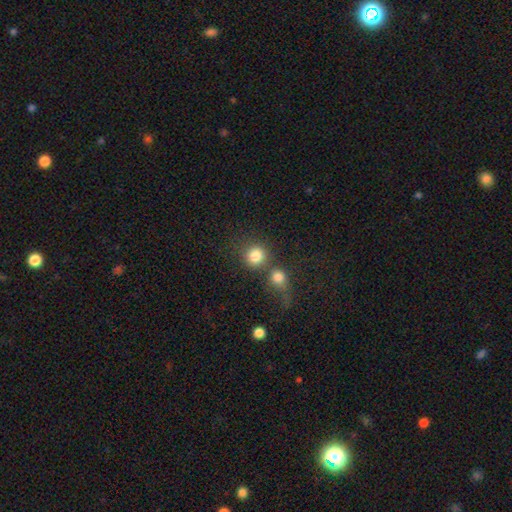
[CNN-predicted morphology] This is clearly a smooth galaxy (82%). How rounded: clearly round (90%). Merging: possibly none (55%).